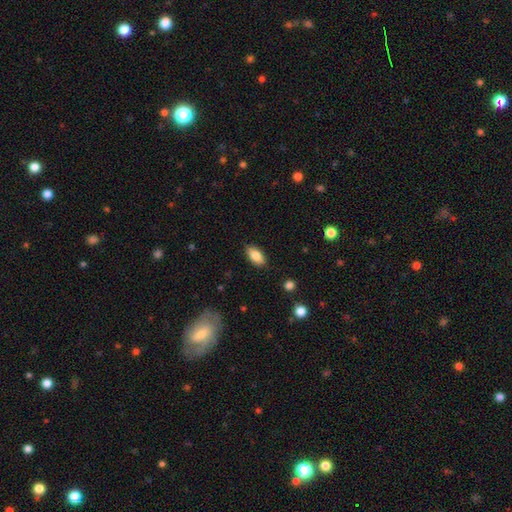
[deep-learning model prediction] Morphology: type=smooth (83%); roundness=in between (91%); merging=none (87%).